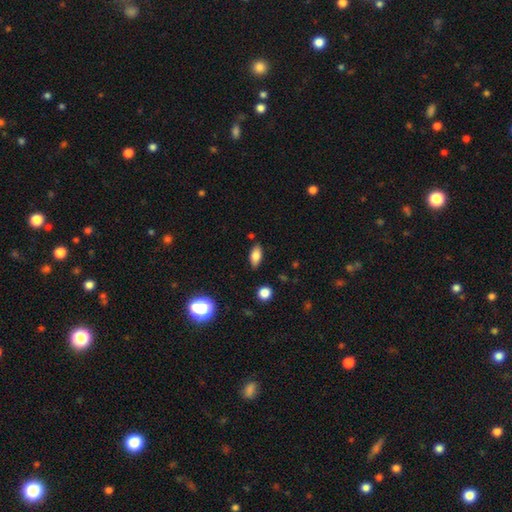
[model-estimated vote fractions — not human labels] The model was most divided on "smooth or featured": smooth: 78%, featured or disk: 13%, star or artifact: 9%. More confident: how rounded — in between (85%); merging — none (85%).